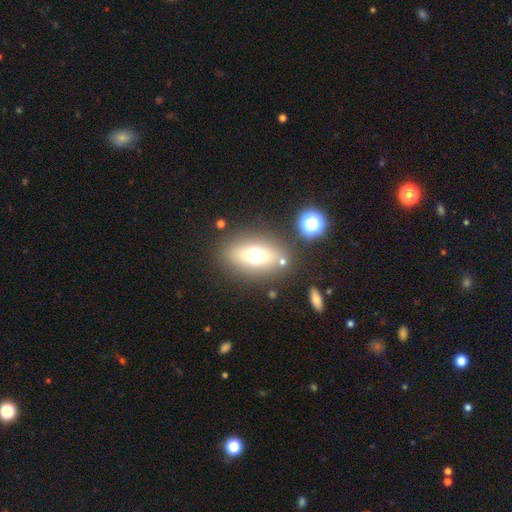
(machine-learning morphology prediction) Smooth or featured? Predicted: smooth (p=0.66). How rounded? Predicted: in between (p=0.75). Merging? Predicted: none (p=0.79).